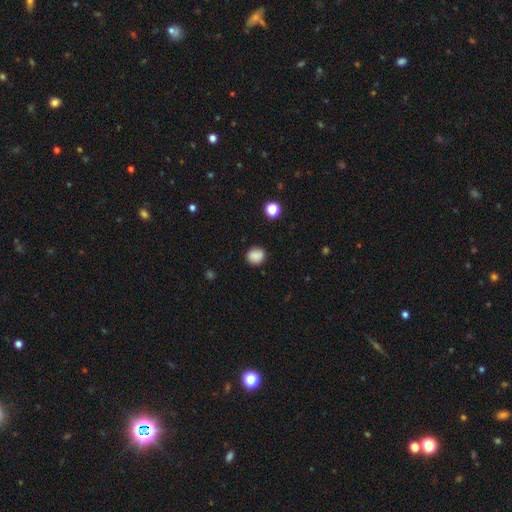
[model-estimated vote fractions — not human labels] Q: Smooth or featured?
A: smooth (87%); runner-up: star or artifact (9%)
Q: How rounded?
A: round (78%); runner-up: in between (22%)
Q: Merging?
A: none (87%); runner-up: minor disturbance (9%)